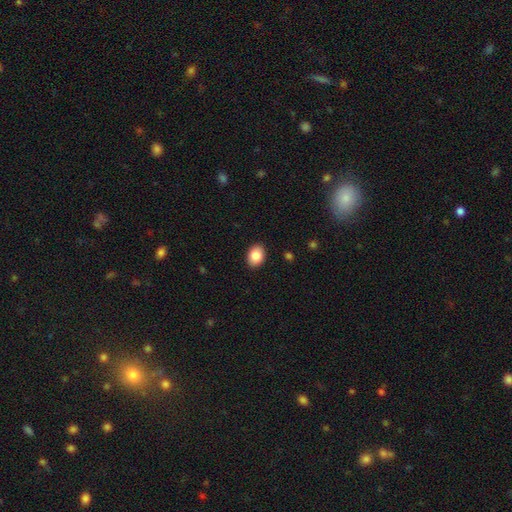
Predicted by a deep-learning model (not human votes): Smooth or featured?
  - smooth: 87% *
  - star or artifact: 8%
  - featured or disk: 6%
How rounded?
  - in between: 71% *
  - round: 28%
  - cigar-shaped: 1%
Merging?
  - none: 90% *
  - minor disturbance: 7%
  - major disturbance: 2%
  - merger: 1%